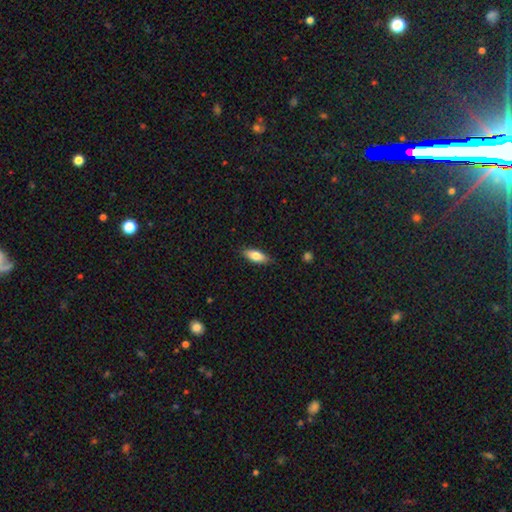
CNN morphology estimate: Smooth or featured? Predicted: smooth (p=0.76). How rounded? Predicted: in between (p=0.78). Merging? Predicted: none (p=0.85).